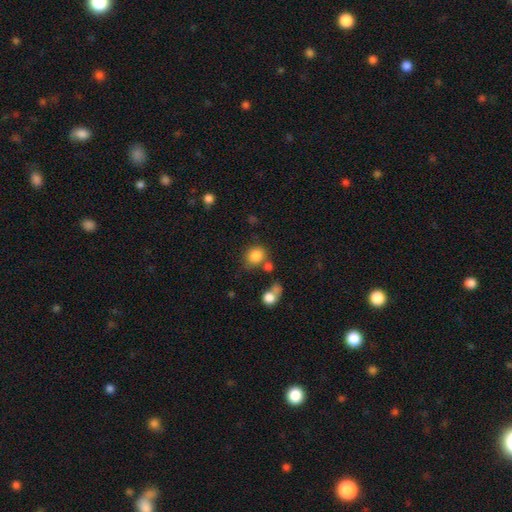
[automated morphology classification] Q: Smooth or featured?
A: smooth (84%); runner-up: star or artifact (10%)
Q: How rounded?
A: round (70%); runner-up: in between (29%)
Q: Merging?
A: none (59%); runner-up: merger (17%)